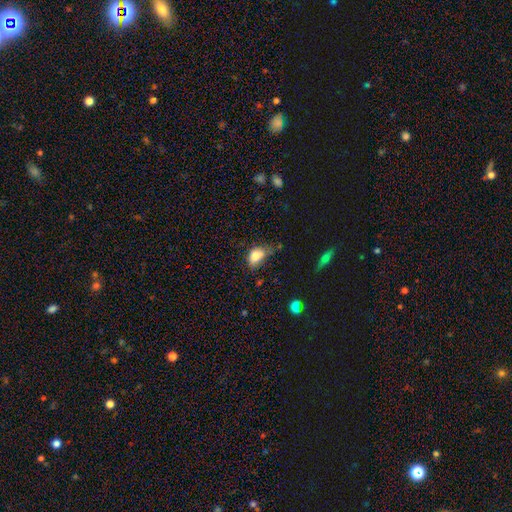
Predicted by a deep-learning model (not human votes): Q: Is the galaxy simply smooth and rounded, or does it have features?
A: smooth — 82%.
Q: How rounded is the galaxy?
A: in between — 81%.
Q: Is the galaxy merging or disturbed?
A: minor disturbance — 40%.